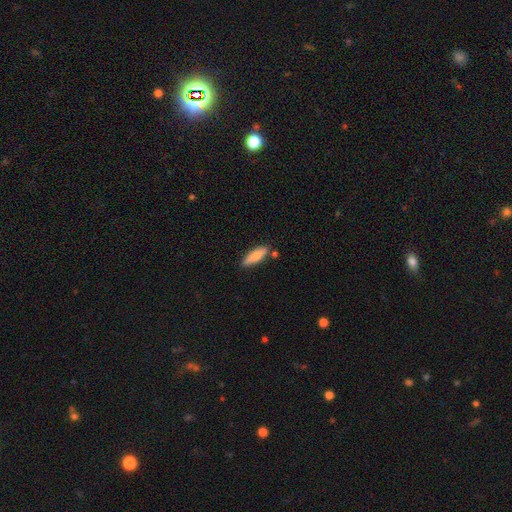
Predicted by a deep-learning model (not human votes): smooth-or-featured: smooth: 74% | featured or disk: 20% | star or artifact: 6%
  how-rounded: cigar-shaped: 58% | in between: 40% | round: 2%
  merging: none: 77% | minor disturbance: 14% | merger: 7% | major disturbance: 3%